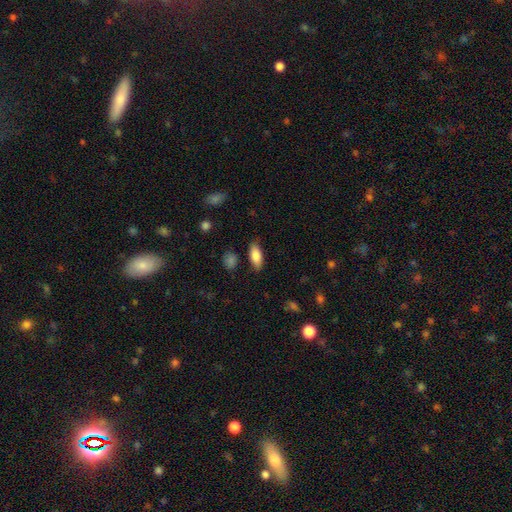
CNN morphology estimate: Smooth or featured? Predicted: smooth (p=0.83). How rounded? Predicted: in between (p=0.81). Merging? Predicted: none (p=0.83).